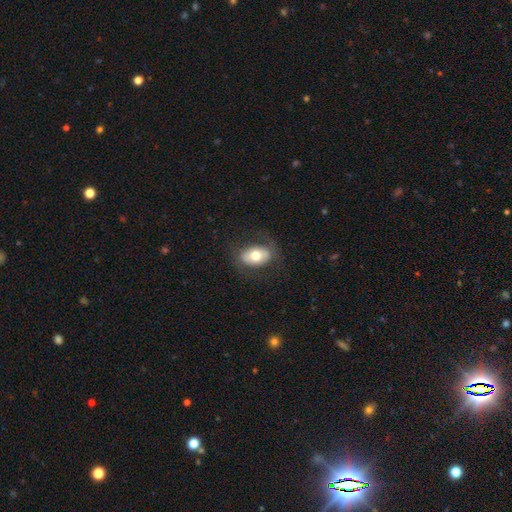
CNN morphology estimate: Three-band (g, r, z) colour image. It shows a smooth galaxy with no disk features (66%) that is in between round and cigar-shaped (84%). Merging: none (76%).